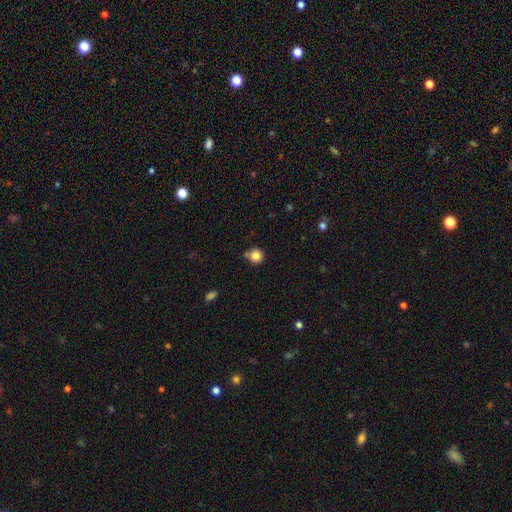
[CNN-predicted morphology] smooth_or_featured: smooth (p=0.83) [alt: star or artifact p=0.11]
how_rounded: round (p=0.93) [alt: in between p=0.06]
merging: none (p=0.74) [alt: minor disturbance p=0.13]